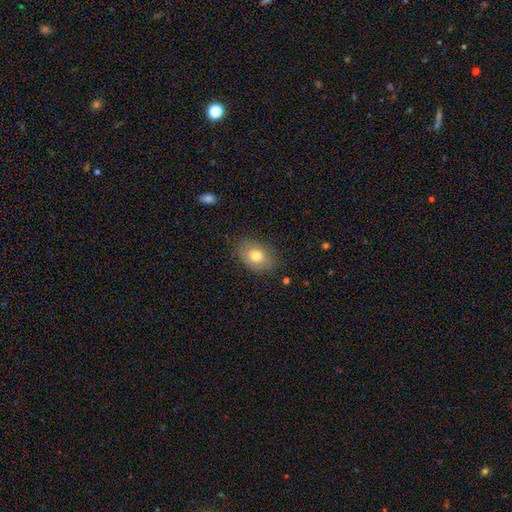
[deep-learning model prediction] Smooth or featured: smooth — 75% (featured or disk — 17%)
How rounded: in between — 75% (round — 24%)
Merging: none — 79% (minor disturbance — 16%)